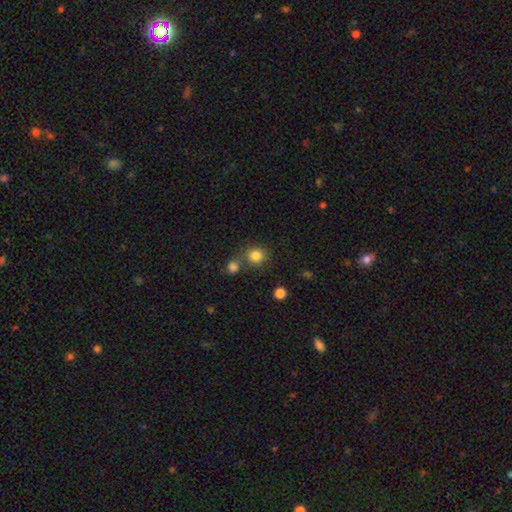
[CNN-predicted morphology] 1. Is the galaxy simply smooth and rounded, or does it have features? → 82% smooth, 12% star or artifact, 6% featured or disk.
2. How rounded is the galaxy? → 88% round, 11% in between, 1% cigar-shaped.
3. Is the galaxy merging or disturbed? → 68% none, 19% merger, 9% minor disturbance, 4% major disturbance.